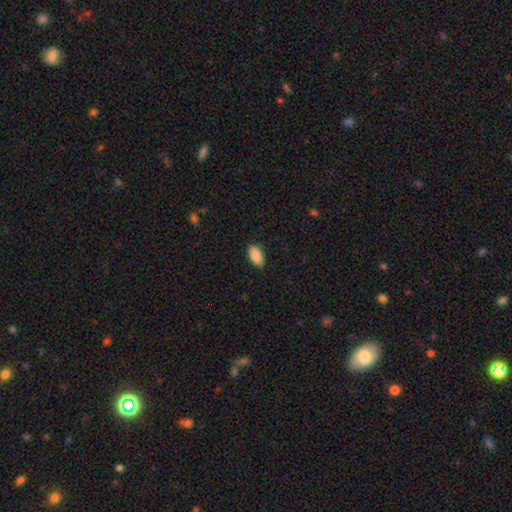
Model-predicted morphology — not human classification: type=smooth (89%); roundness=in between (93%); merging=none (87%).